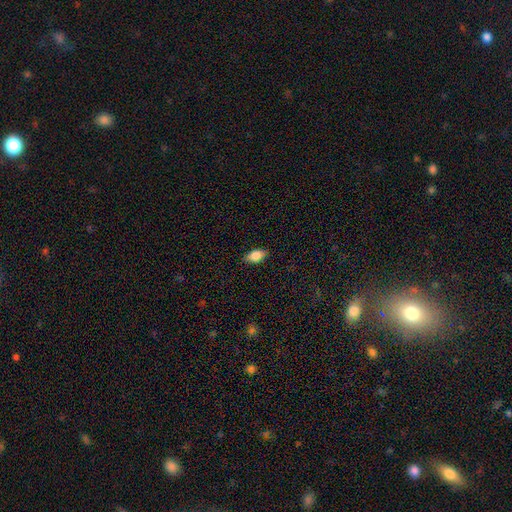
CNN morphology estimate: This appears to be a smooth galaxy with no disk features (83%) that is in between round and cigar-shaped (89%). Merging: none (85%).